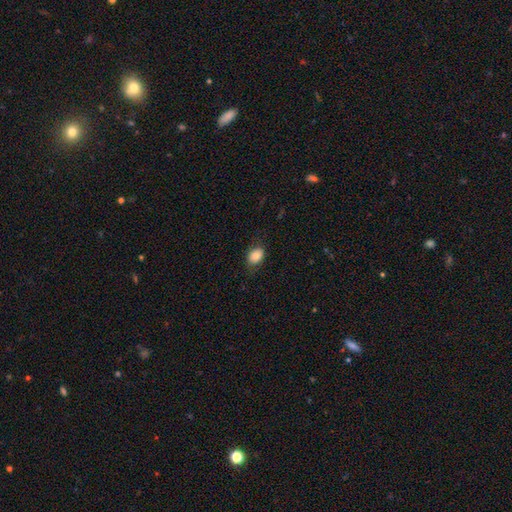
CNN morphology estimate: The model was most divided on "how rounded": in between: 75%, round: 24%, cigar-shaped: 1%. More confident: smooth or featured — smooth (83%); merging — none (78%).